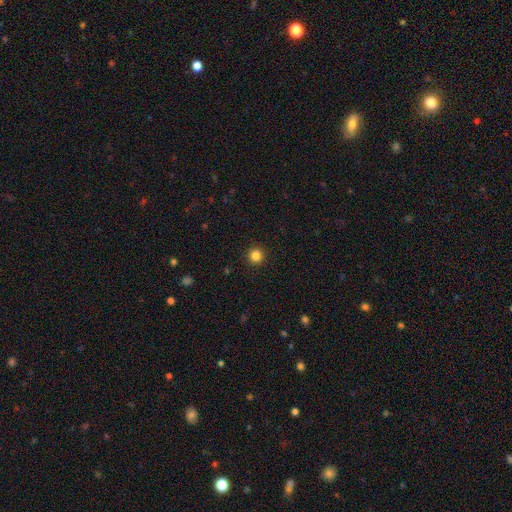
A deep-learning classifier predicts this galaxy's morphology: Smooth or featured?
  - smooth: 84% *
  - star or artifact: 12%
  - featured or disk: 4%
How rounded?
  - round: 95% *
  - in between: 4%
  - cigar-shaped: 1%
Merging?
  - none: 93% *
  - minor disturbance: 5%
  - major disturbance: 2%
  - merger: 1%